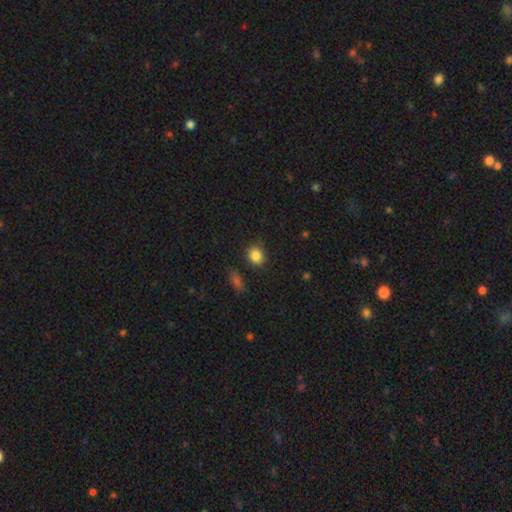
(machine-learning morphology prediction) Smooth or featured? smooth (85%)
How rounded? round (70%)
Merging? none (84%)